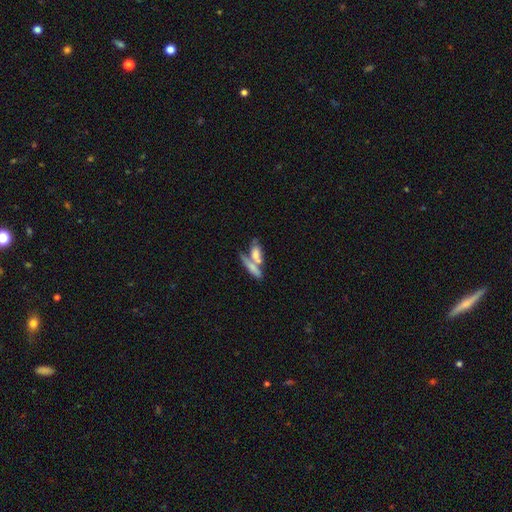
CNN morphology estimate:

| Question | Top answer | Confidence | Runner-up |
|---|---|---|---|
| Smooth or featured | smooth | 58% | featured or disk (32%) |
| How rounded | in between | 51% | cigar-shaped (42%) |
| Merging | merger | 55% | none (31%) |